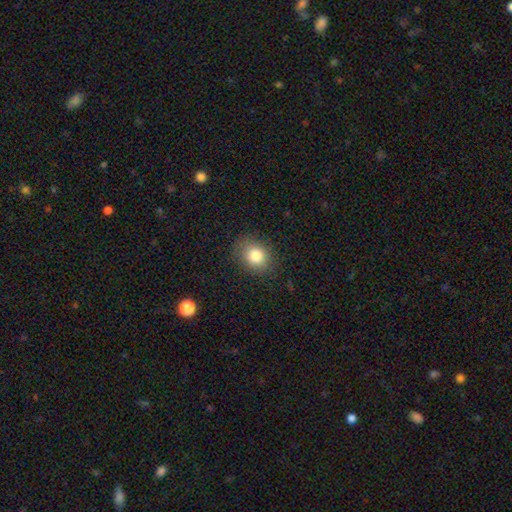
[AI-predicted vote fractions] The model was most divided on "how rounded": round: 56%, in between: 43%, cigar-shaped: 1%. More confident: merging — none (84%); smooth or featured — smooth (82%).